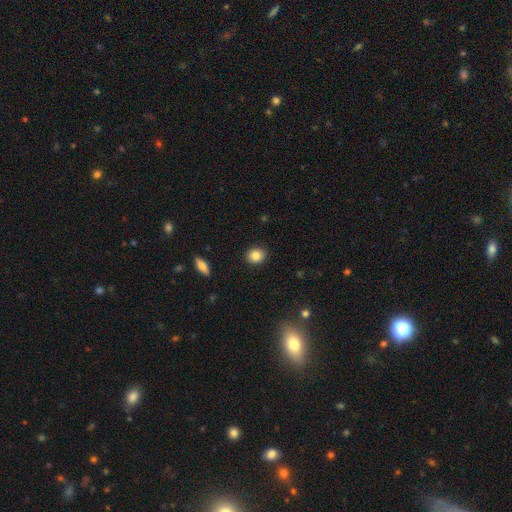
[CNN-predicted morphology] A smooth galaxy with no disk features (84%) that is round (66%). Merging: none (90%).